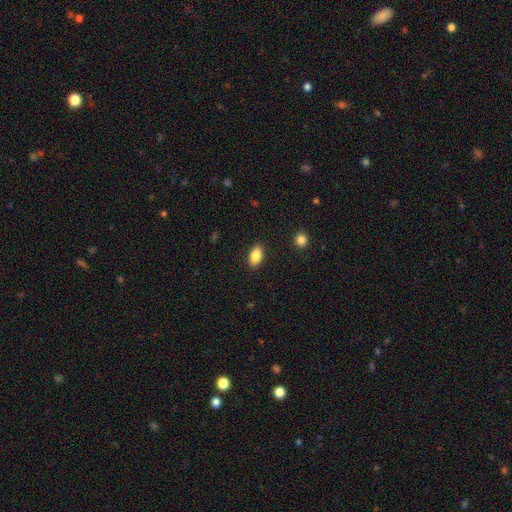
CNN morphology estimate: This is clearly a smooth galaxy (86%). How rounded: clearly in between (92%). Merging: clearly none (89%).